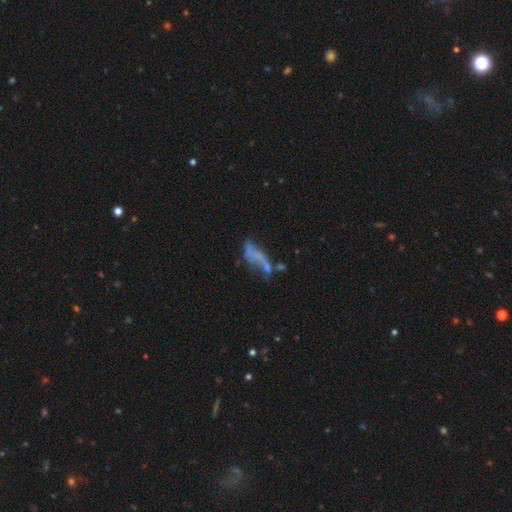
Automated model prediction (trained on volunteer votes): smooth-or-featured: featured or disk: 50% | smooth: 34% | star or artifact: 16%
  merging: major disturbance: 34% | none: 27% | merger: 21% | minor disturbance: 18%